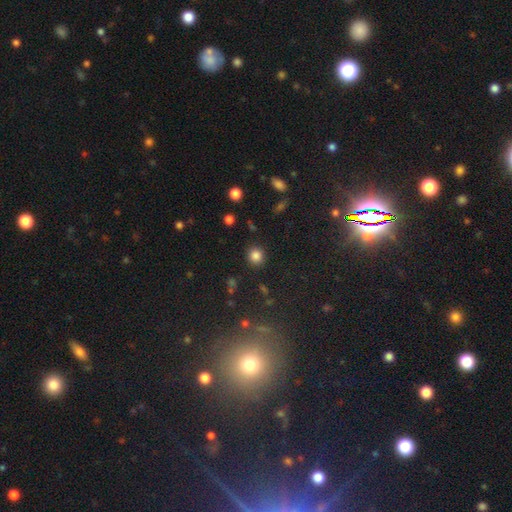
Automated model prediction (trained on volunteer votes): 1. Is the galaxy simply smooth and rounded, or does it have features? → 83% smooth, 12% star or artifact, 5% featured or disk.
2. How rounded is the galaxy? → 88% round, 11% in between, 1% cigar-shaped.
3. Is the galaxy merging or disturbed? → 89% none, 7% minor disturbance, 3% major disturbance, 2% merger.